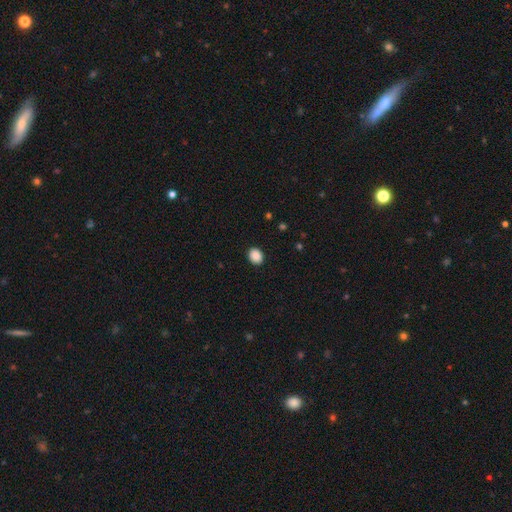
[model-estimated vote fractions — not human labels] This appears to be a smooth galaxy with no disk features (89%) that is in between round and cigar-shaped (53%). Merging: none (91%).